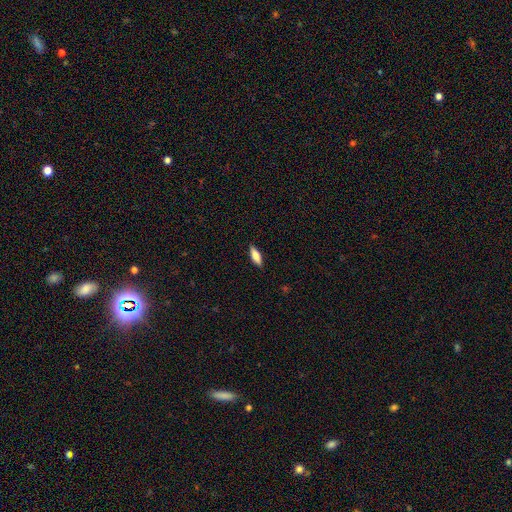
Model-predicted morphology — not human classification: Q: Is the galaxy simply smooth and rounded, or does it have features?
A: smooth — 77%.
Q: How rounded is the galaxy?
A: in between — 54%.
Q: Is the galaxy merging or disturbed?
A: none — 88%.